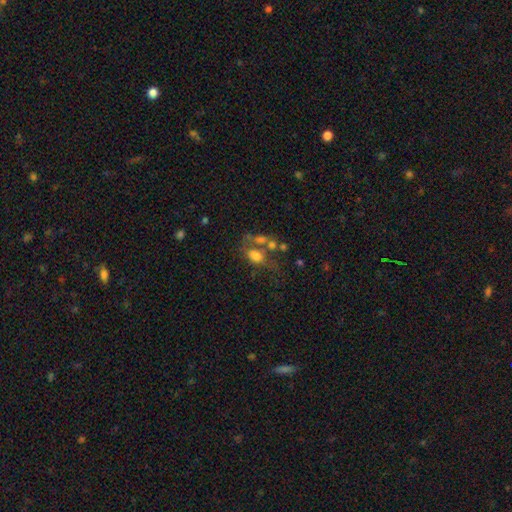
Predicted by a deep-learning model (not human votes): A smooth galaxy with no disk features (60%) that is in between round and cigar-shaped (73%).

Vote fractions:
- Smooth or featured? smooth: 60% / featured or disk: 26% / star or artifact: 14%
- How rounded? in between: 73% / round: 25% / cigar-shaped: 3%
- Merging? merger: 36% / none: 26% / major disturbance: 23% / minor disturbance: 14%